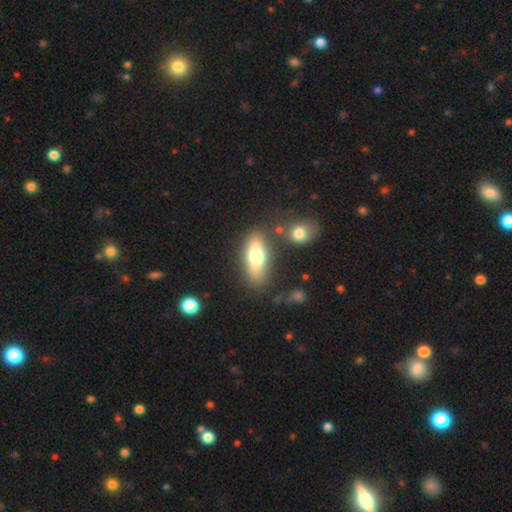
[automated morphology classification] Smooth or featured? smooth (67%)
How rounded? in between (71%)
Merging? none (77%)